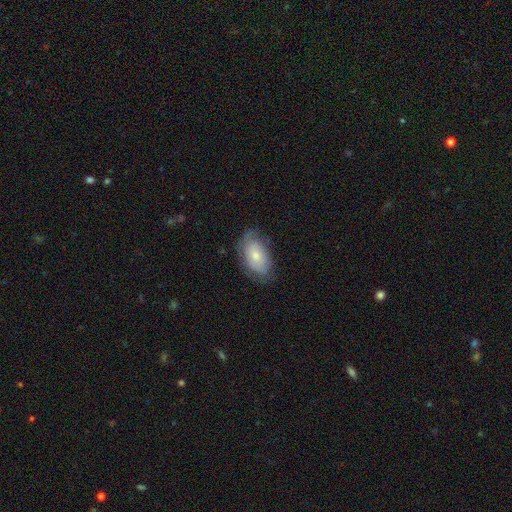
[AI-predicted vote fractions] Morphology: type=smooth (64%); roundness=in between (92%); merging=none (68%).